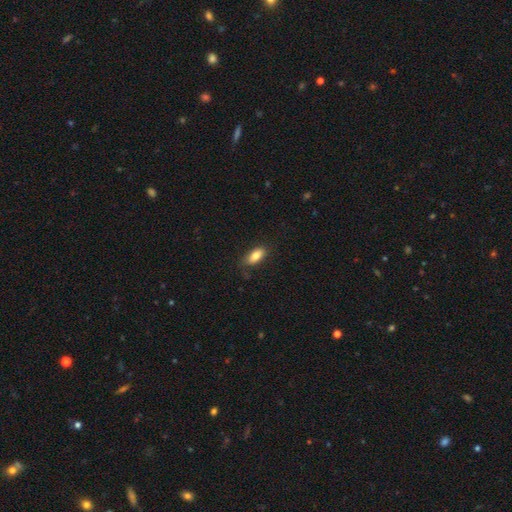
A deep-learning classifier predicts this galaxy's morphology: Q: Smooth or featured?
A: smooth (82%); runner-up: featured or disk (11%)
Q: How rounded?
A: in between (86%); runner-up: cigar-shaped (11%)
Q: Merging?
A: none (79%); runner-up: minor disturbance (17%)